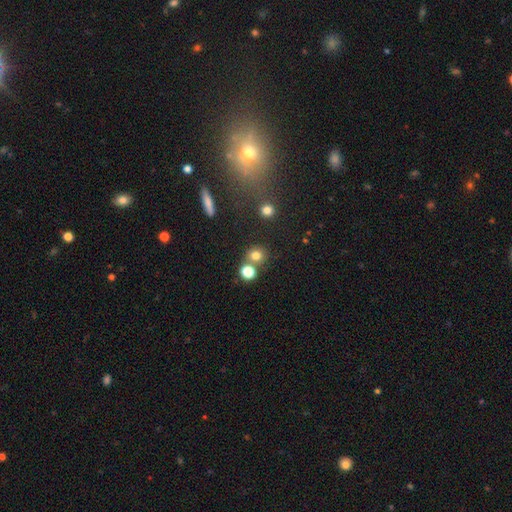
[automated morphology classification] A smooth galaxy with no disk features (76%) that is round (81%). Merging: none (64%).